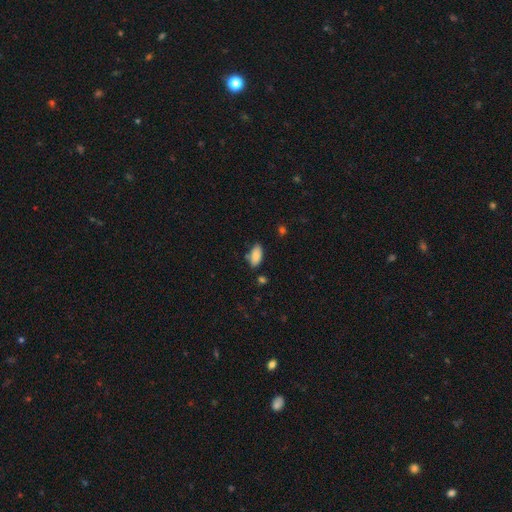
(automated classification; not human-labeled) Morphology: type=smooth (87%); roundness=in between (91%); merging=none (75%).